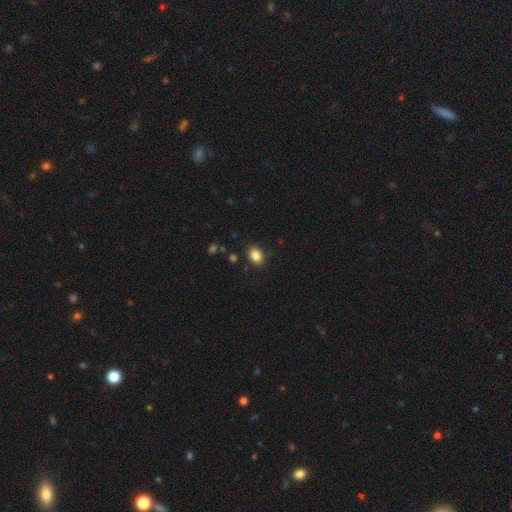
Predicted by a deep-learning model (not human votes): This is clearly a smooth galaxy (86%). How rounded: likely in between (66%). Merging: clearly none (87%).